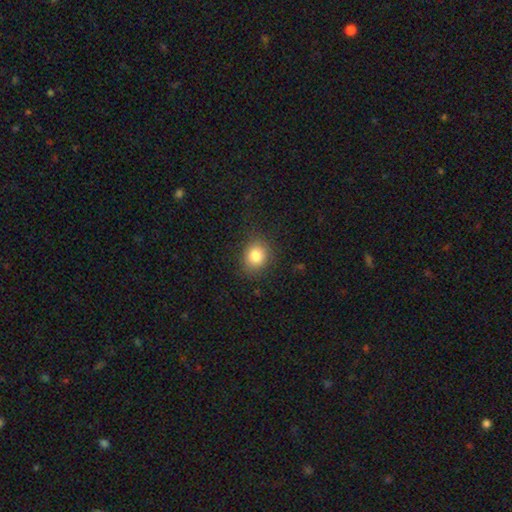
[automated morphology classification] The model was most divided on "how rounded": round: 67%, in between: 32%, cigar-shaped: 1%. More confident: merging — none (83%); smooth or featured — smooth (83%).